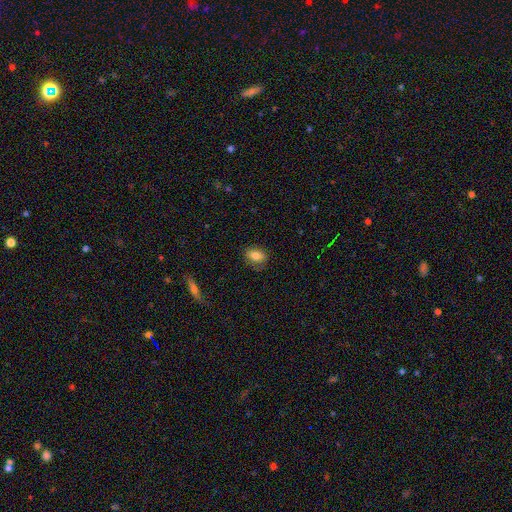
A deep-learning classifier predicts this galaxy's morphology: The model was most divided on "how rounded": in between: 76%, round: 20%, cigar-shaped: 4%. More confident: merging — none (80%); smooth or featured — smooth (77%).